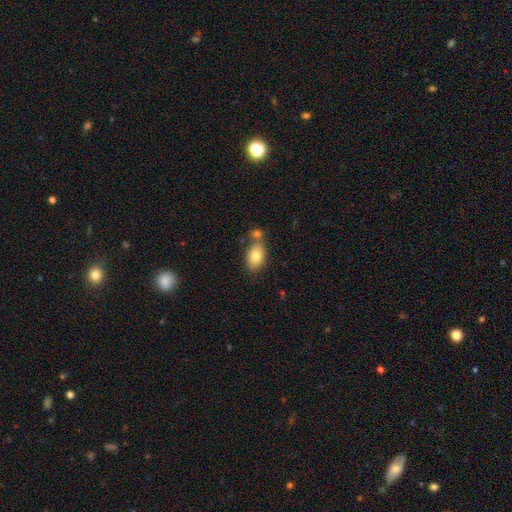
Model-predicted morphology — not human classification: Q: Smooth or featured?
A: smooth (80%); runner-up: featured or disk (12%)
Q: How rounded?
A: in between (89%); runner-up: round (9%)
Q: Merging?
A: none (58%); runner-up: merger (25%)